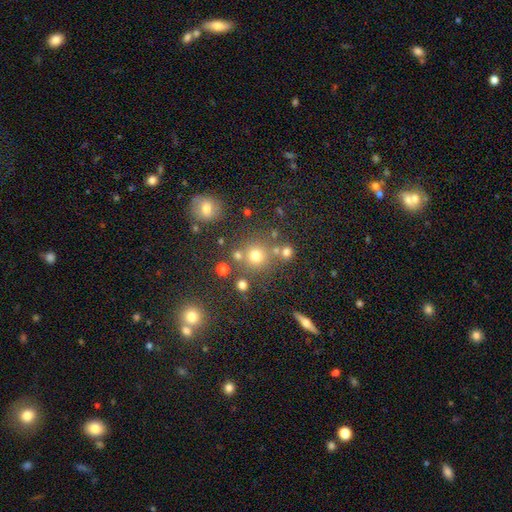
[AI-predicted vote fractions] Morphology: type=smooth (71%); roundness=round (91%); merging=none (74%).